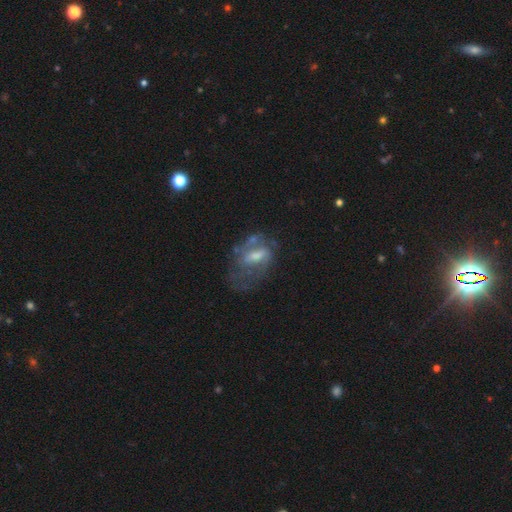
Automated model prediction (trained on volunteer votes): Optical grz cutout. It shows a featured or disk galaxy (63%) with a weak bar (48%), spiral arms (62%) and a moderate central bulge (46%). Merging: none (44%).